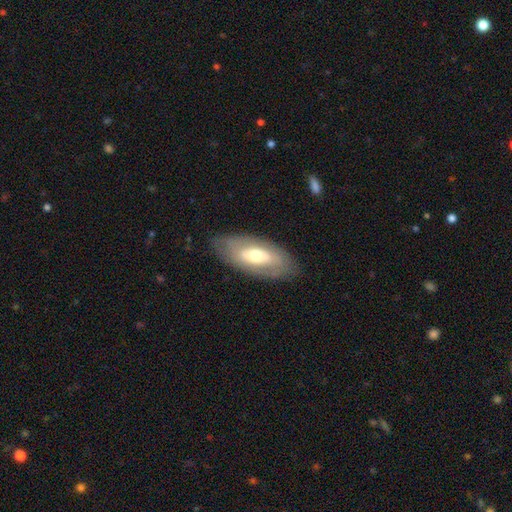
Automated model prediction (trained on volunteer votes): The model was most divided on "smooth or featured" (2-way tie): featured or disk: 47%, smooth: 47%, star or artifact: 6%. More confident: merging — none (81%).